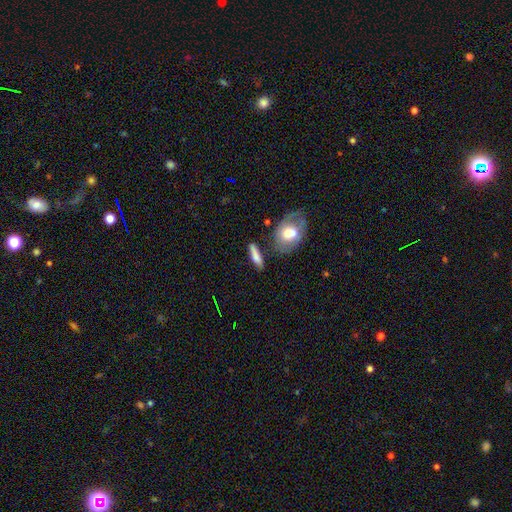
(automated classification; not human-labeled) A smooth galaxy with no disk features (73%) that is cigar-shaped (65%). Merging: none (69%).